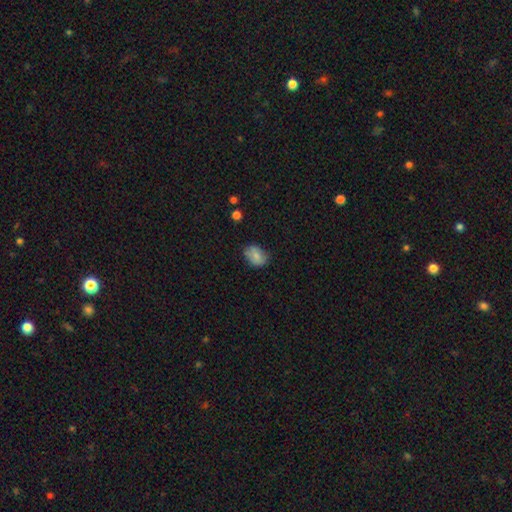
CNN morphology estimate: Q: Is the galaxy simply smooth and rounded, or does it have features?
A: smooth — 80%.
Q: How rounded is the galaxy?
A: in between — 70%.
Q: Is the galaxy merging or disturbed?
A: none — 70%.